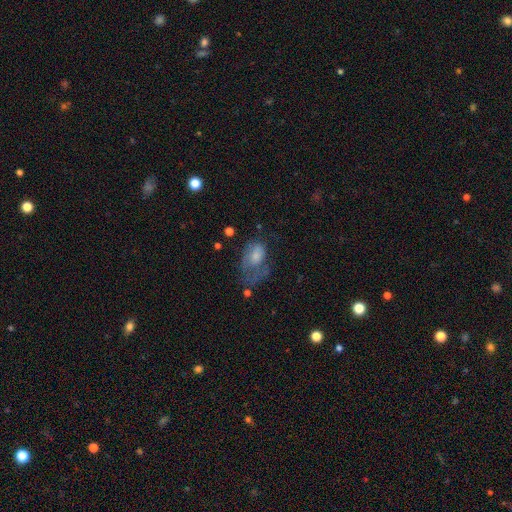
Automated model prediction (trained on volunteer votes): Smooth or featured?
  - smooth: 43% *
  - featured or disk: 42%
  - star or artifact: 15%
Merging?
  - major disturbance: 39% *
  - none: 35%
  - minor disturbance: 23%
  - merger: 4%